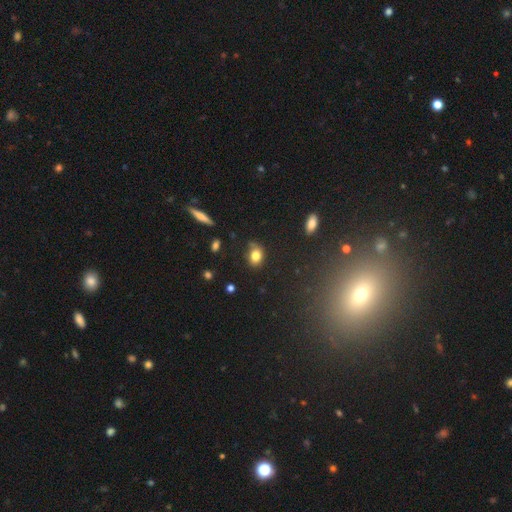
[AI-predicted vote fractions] Smooth or featured? smooth (80%)
How rounded? in between (61%)
Merging? none (67%)